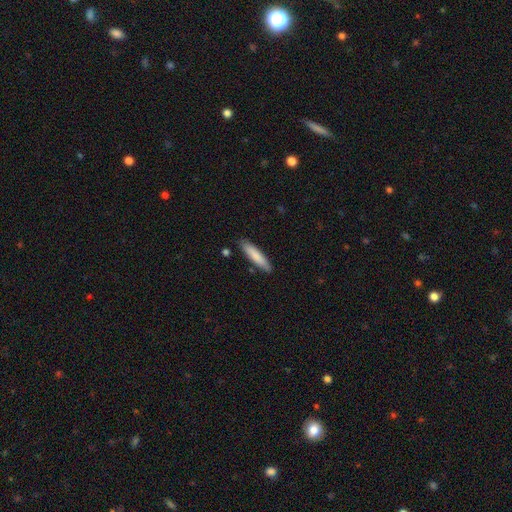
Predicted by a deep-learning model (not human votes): The model was most divided on "how rounded": cigar-shaped: 81%, in between: 17%, round: 1%. More confident: merging — none (86%); smooth or featured — smooth (81%).